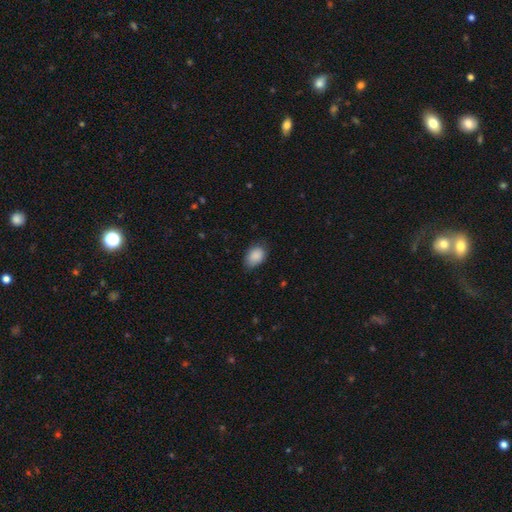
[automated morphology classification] This appears to be a smooth galaxy with no disk features (89%) that is in between round and cigar-shaped (84%). Merging: none (73%).